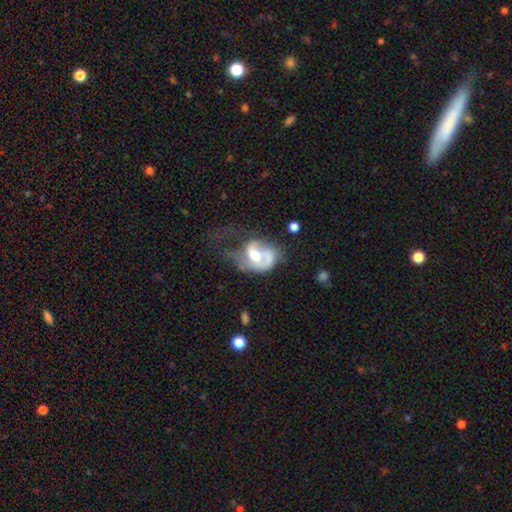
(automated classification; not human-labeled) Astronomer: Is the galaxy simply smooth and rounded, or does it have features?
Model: featured or disk — 67%.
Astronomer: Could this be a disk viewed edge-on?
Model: no — 97%.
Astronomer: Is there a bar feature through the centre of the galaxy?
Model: no — 58%.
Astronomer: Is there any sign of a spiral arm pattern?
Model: yes — 76%.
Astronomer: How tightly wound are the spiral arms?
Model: medium — 40% (runner-up: loose, 38%).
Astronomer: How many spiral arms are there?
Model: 2 — 45% (runner-up: 1, 36%).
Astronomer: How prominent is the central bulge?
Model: moderate — 58%.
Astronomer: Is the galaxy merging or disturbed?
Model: major disturbance — 48%.